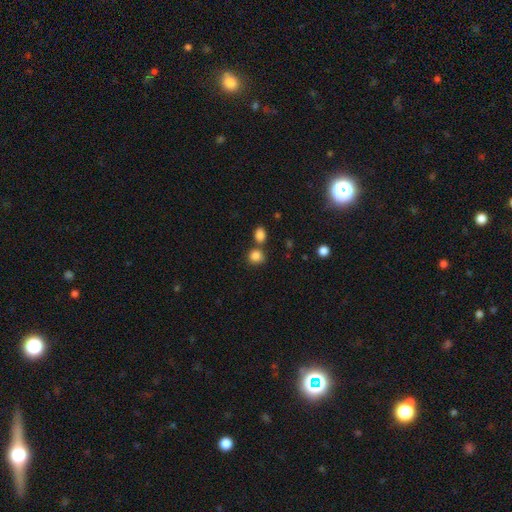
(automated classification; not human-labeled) This appears to be a smooth galaxy with no disk features (85%) that is round (77%). Merging: none (62%).